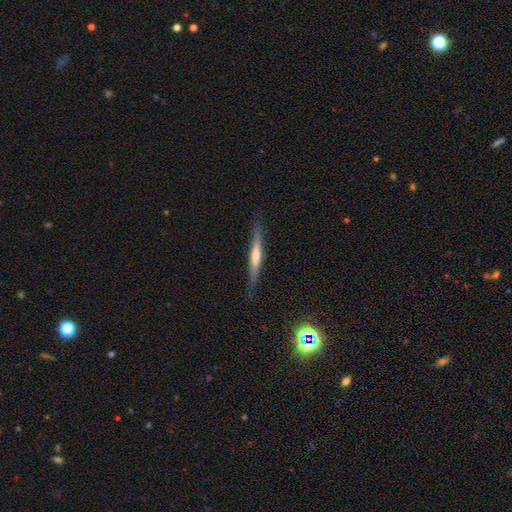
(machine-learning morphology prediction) The model was most divided on "smooth or featured": featured or disk: 57%, smooth: 36%, star or artifact: 8%. More confident: edge-on disk — yes (96%); merging — none (86%); edge-on bulge — rounded (57%).